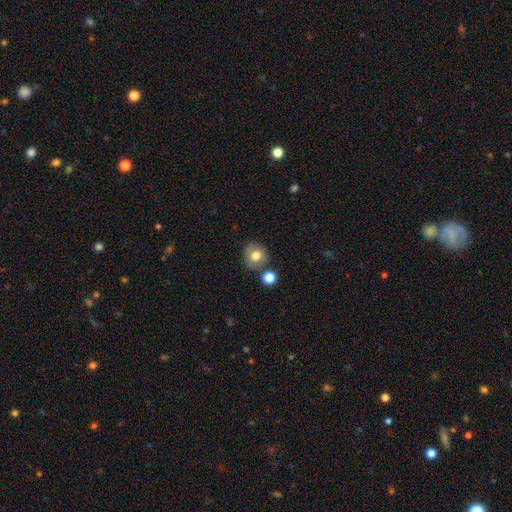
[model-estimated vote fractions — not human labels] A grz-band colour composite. It shows a smooth galaxy with no disk features (76%) that is round (82%). Merging: none (73%).